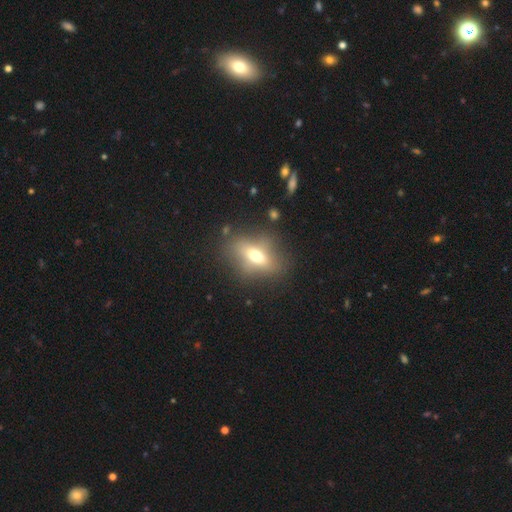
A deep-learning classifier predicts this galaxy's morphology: type=smooth (57%); roundness=in between (71%); merging=none (73%).